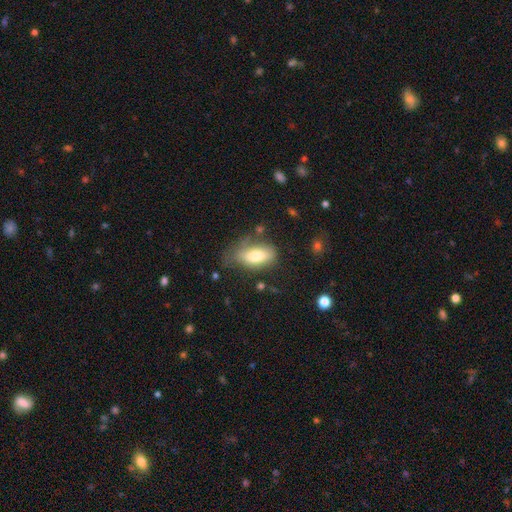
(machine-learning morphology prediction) smooth-or-featured: smooth: 71% | featured or disk: 21% | star or artifact: 7%
  how-rounded: in between: 87% | cigar-shaped: 8% | round: 5%
  merging: none: 51% | minor disturbance: 30% | major disturbance: 15% | merger: 4%